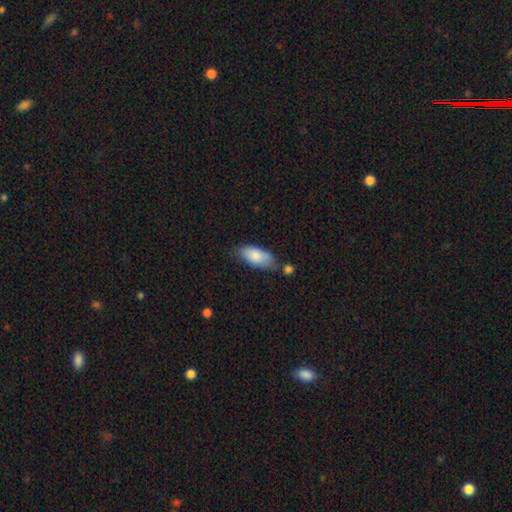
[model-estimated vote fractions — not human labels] Smooth or featured? Predicted: smooth (p=0.82). How rounded? Predicted: in between (p=0.89). Merging? Predicted: none (p=0.58).